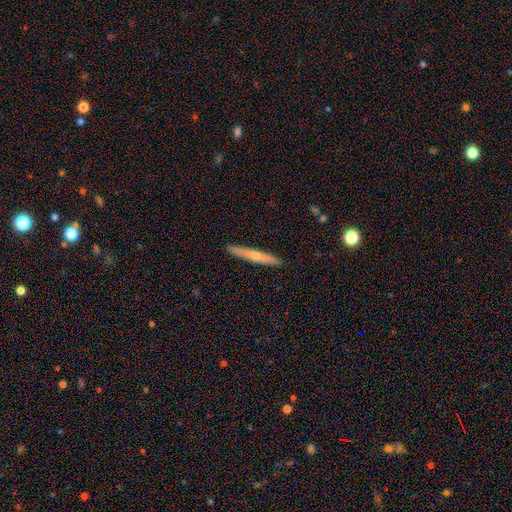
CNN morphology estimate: A smooth galaxy with no disk features (51%) that is cigar-shaped (95%).

Vote fractions:
- Smooth or featured? smooth: 51% / featured or disk: 44% / star or artifact: 6%
- How rounded? cigar-shaped: 95% / in between: 4% / round: 1%
- Merging? none: 91% / minor disturbance: 6% / major disturbance: 1% / merger: 1%